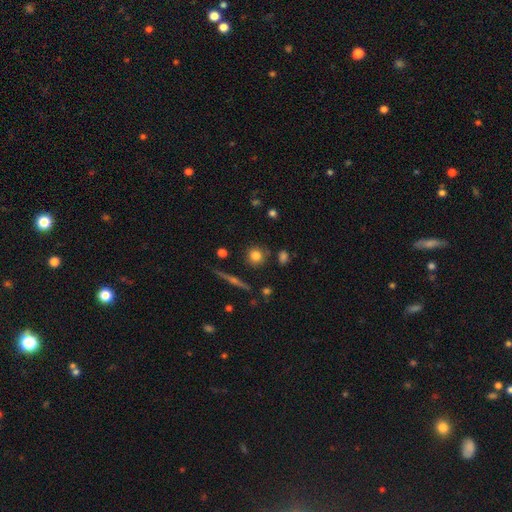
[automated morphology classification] smooth_or_featured: smooth (p=0.77) [alt: featured or disk p=0.12]
how_rounded: round (p=0.88) [alt: in between p=0.10]
merging: none (p=0.82) [alt: minor disturbance p=0.11]